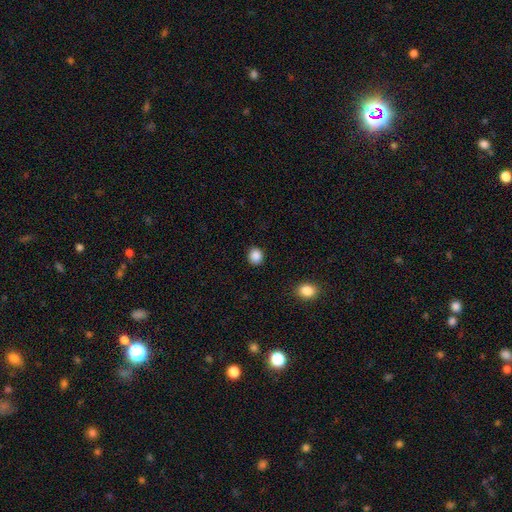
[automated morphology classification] Smooth or featured?
  - smooth: 88% *
  - star or artifact: 9%
  - featured or disk: 3%
How rounded?
  - round: 79% *
  - in between: 20%
  - cigar-shaped: 1%
Merging?
  - none: 90% *
  - minor disturbance: 6%
  - major disturbance: 2%
  - merger: 1%